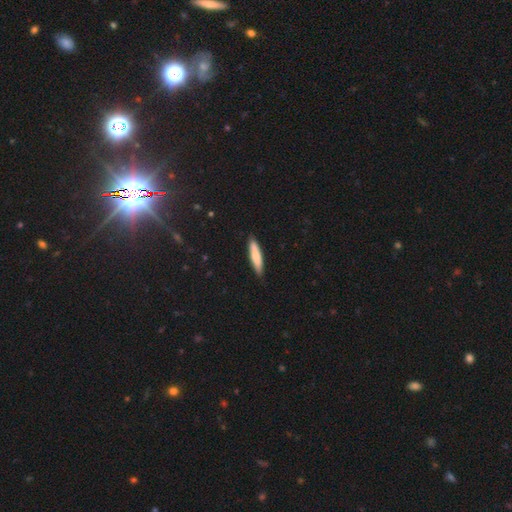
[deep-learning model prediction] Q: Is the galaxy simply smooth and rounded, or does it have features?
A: smooth — 76%.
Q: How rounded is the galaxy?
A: cigar-shaped — 84%.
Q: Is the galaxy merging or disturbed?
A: none — 87%.